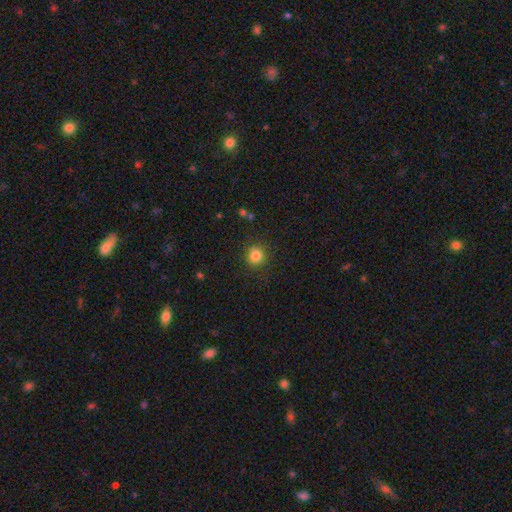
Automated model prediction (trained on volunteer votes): Smooth or featured? smooth (83%)
How rounded? round (89%)
Merging? none (88%)